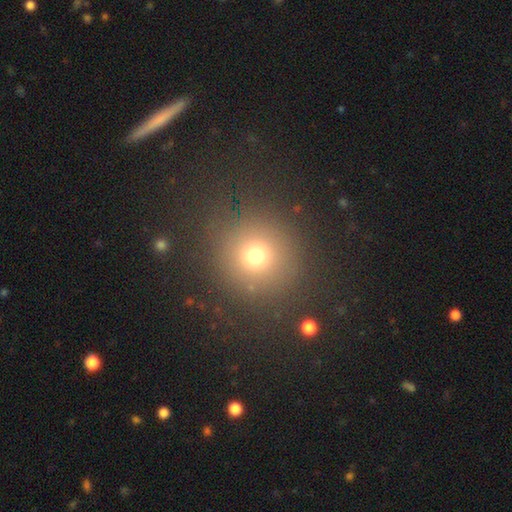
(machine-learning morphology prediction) smooth 72%, star or artifact 19%, featured or disk 9%. Down the decision tree: how rounded — round (93%); merging — none (83%).